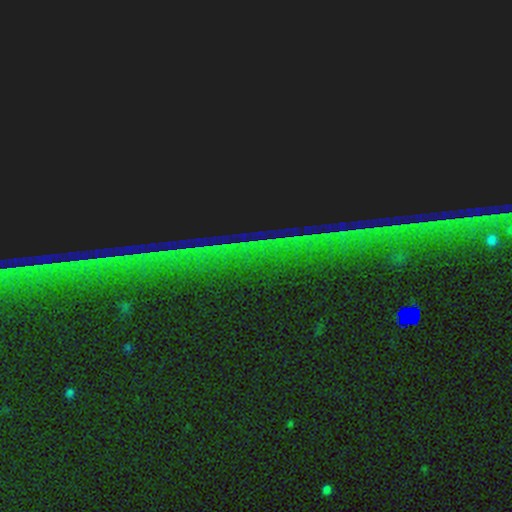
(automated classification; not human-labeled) Morphology: type=star or artifact (86%).